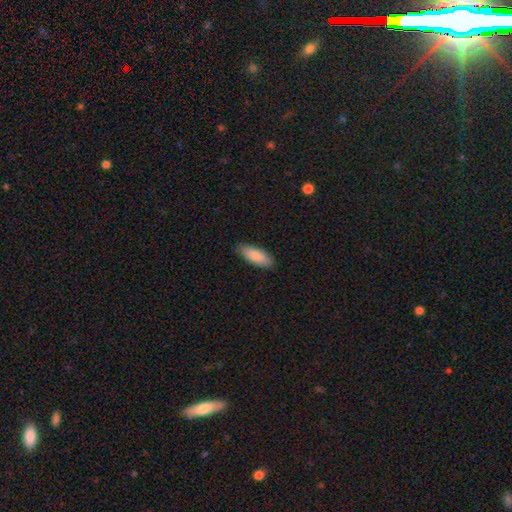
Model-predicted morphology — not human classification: This is clearly a smooth galaxy (88%). How rounded: likely in between (74%). Merging: clearly none (87%).